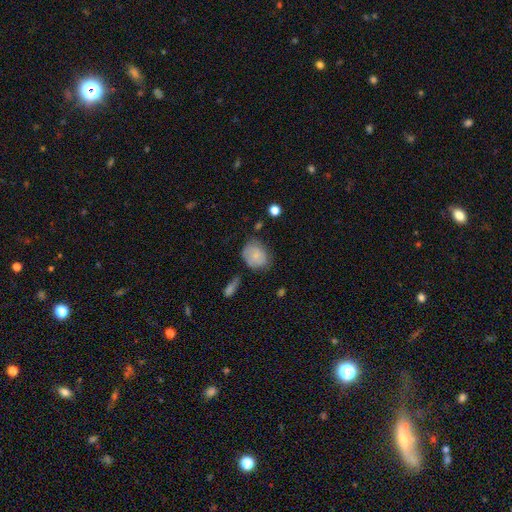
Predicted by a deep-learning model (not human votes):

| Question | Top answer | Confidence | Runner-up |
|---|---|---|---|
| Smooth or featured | smooth | 74% | featured or disk (18%) |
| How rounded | round | 50% | in between (48%) |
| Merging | none | 56% | minor disturbance (30%) |